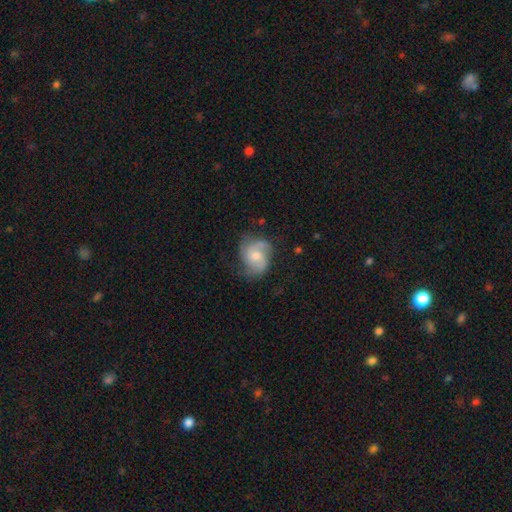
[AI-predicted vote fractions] This appears to be a featured or disk galaxy (74%) with no bar (61%), 2 (51%) medium (49%) spiral arms (94%) and a moderate central bulge (55%). Merging: none (64%).